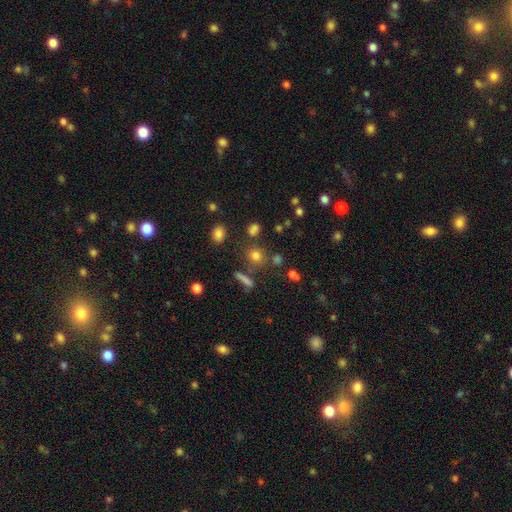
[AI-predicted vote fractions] Morphology: type=smooth (72%); roundness=round (84%); merging=none (75%).